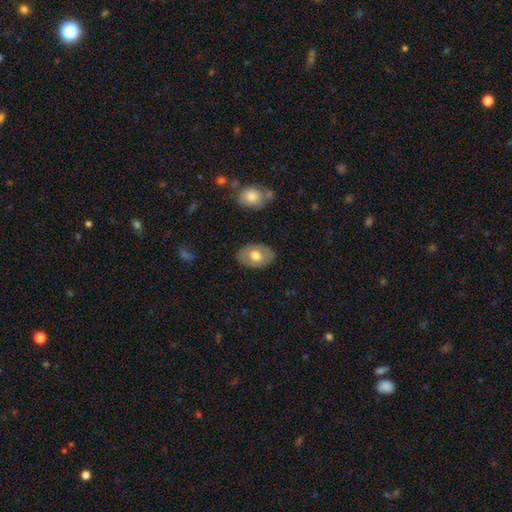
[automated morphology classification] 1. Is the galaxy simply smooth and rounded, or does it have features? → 60% smooth, 34% featured or disk, 6% star or artifact.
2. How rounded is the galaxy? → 85% in between, 13% round, 1% cigar-shaped.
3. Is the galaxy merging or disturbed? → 83% none, 12% minor disturbance, 3% major disturbance, 2% merger.